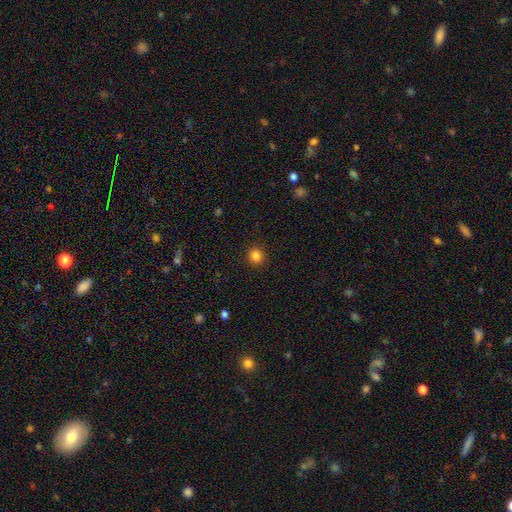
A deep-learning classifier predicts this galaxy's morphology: Smooth or featured: smooth — 83% (star or artifact — 12%)
How rounded: round — 90% (in between — 9%)
Merging: none — 92% (minor disturbance — 5%)